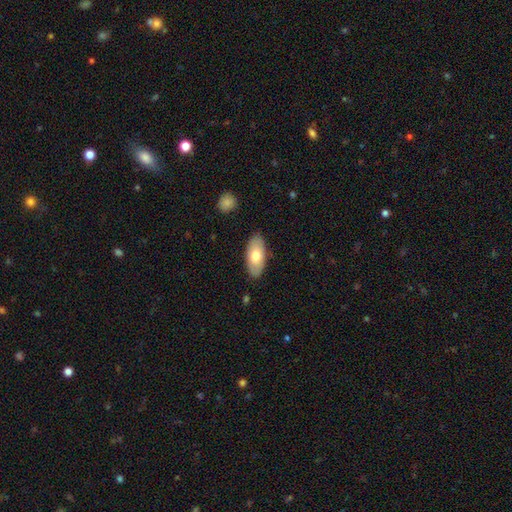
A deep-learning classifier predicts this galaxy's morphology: A smooth galaxy with no disk features (70%) that is in between round and cigar-shaped (92%). Merging: none (86%).